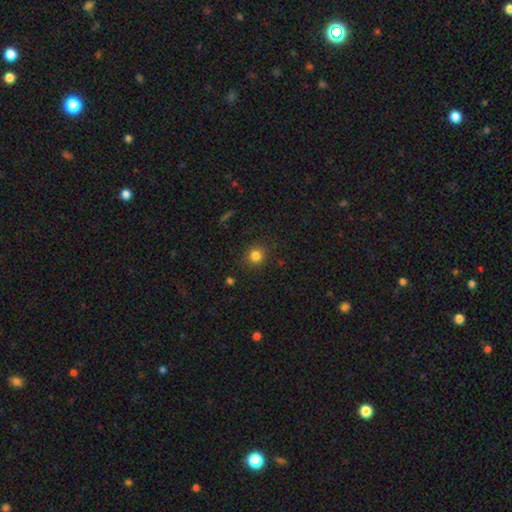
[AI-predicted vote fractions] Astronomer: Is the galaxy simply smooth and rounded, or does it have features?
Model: smooth — 82%.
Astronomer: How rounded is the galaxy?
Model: round — 91%.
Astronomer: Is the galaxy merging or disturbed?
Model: none — 88%.